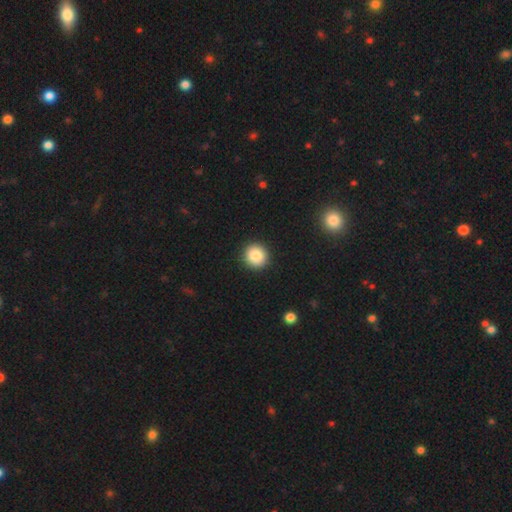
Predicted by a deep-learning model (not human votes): Smooth or featured?
  - smooth: 85% *
  - star or artifact: 9%
  - featured or disk: 6%
How rounded?
  - round: 93% *
  - in between: 6%
  - cigar-shaped: 1%
Merging?
  - none: 92% *
  - minor disturbance: 5%
  - major disturbance: 2%
  - merger: 1%